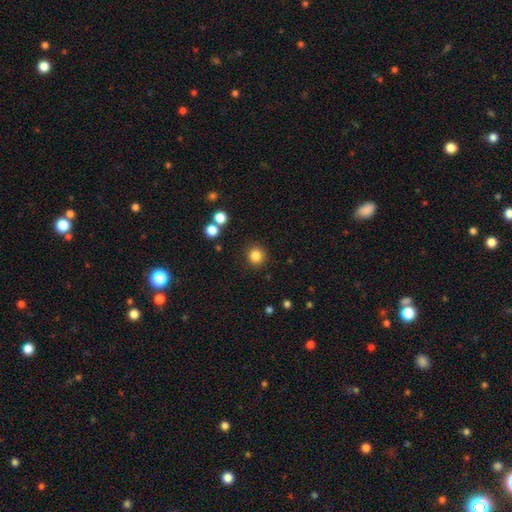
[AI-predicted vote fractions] Smooth or featured? smooth (84%)
How rounded? round (94%)
Merging? none (90%)